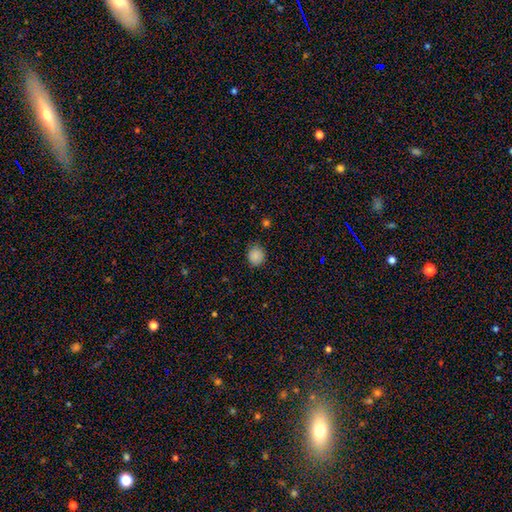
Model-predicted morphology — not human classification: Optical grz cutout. It shows a smooth galaxy with no disk features (86%) that is round (83%). Merging: none (82%).